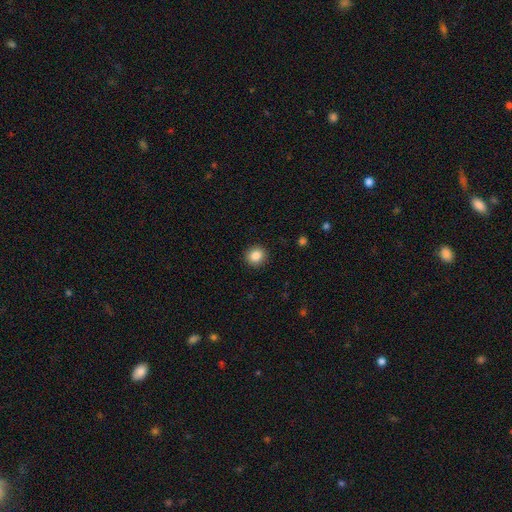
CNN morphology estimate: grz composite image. It shows a smooth galaxy with no disk features (86%) that is round (86%). Merging: none (91%).